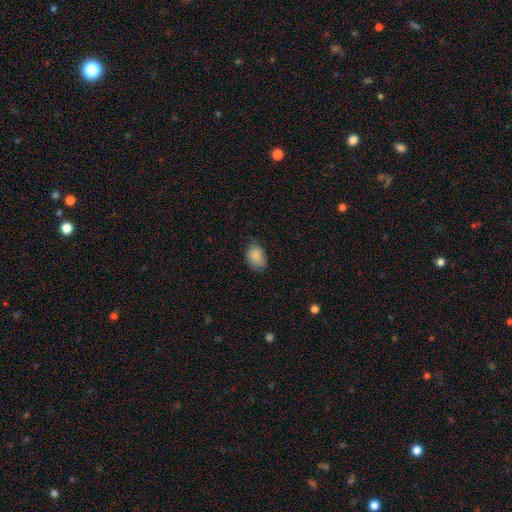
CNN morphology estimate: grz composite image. It shows a smooth galaxy with no disk features (87%) that is in between round and cigar-shaped (75%). Merging: none (67%).